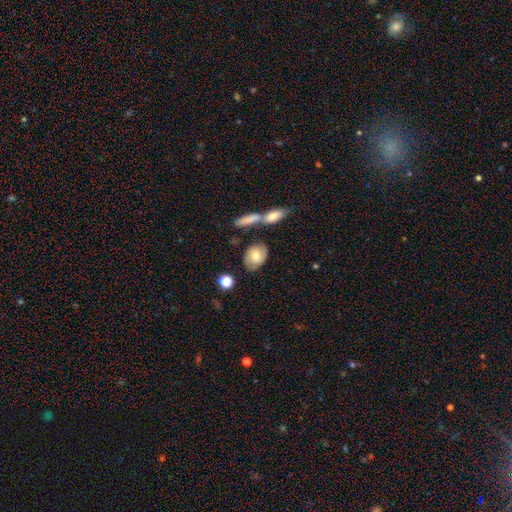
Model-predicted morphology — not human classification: This is possibly a smooth galaxy (60%). How rounded: likely in between (74%). Merging: likely none (66%).